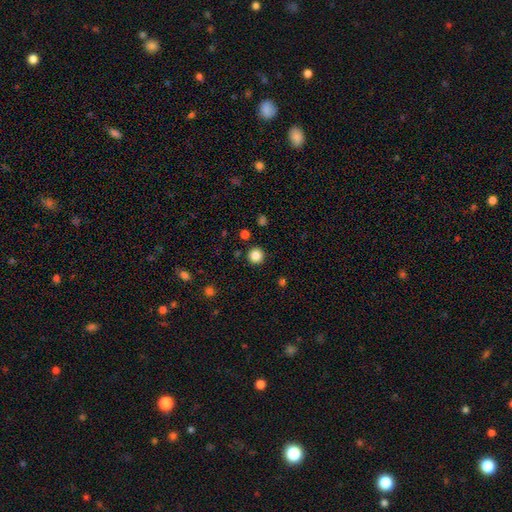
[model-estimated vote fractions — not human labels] This is clearly a smooth galaxy (85%). How rounded: clearly round (95%). Merging: clearly none (91%).